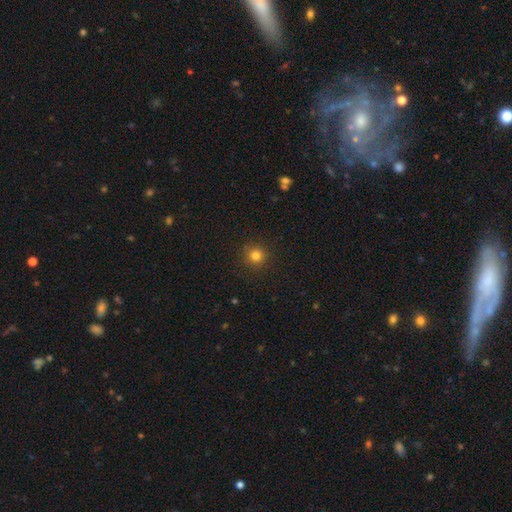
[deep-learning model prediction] The model was most divided on "smooth or featured": smooth: 81%, star or artifact: 14%, featured or disk: 5%. More confident: how rounded — round (94%); merging — none (91%).